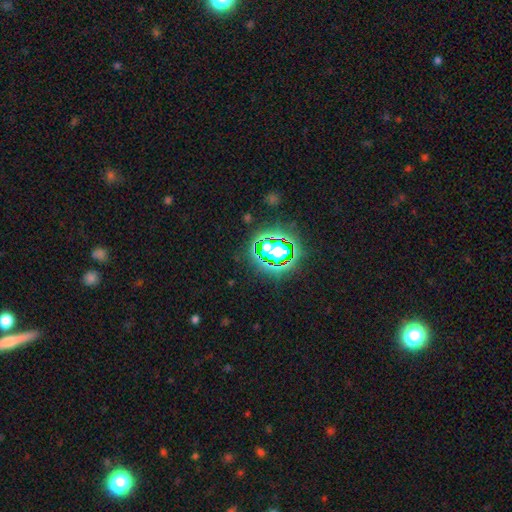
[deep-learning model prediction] A star or artifact, not a galaxy (74%).

Vote fractions:
- Smooth or featured? star or artifact: 74% / smooth: 16% / featured or disk: 10%